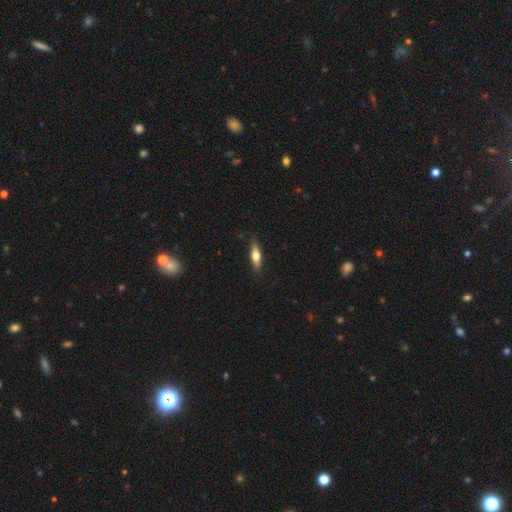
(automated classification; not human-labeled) Smooth or featured: smooth — 63% (featured or disk — 31%)
How rounded: cigar-shaped — 57% (in between — 40%)
Merging: none — 86% (minor disturbance — 11%)